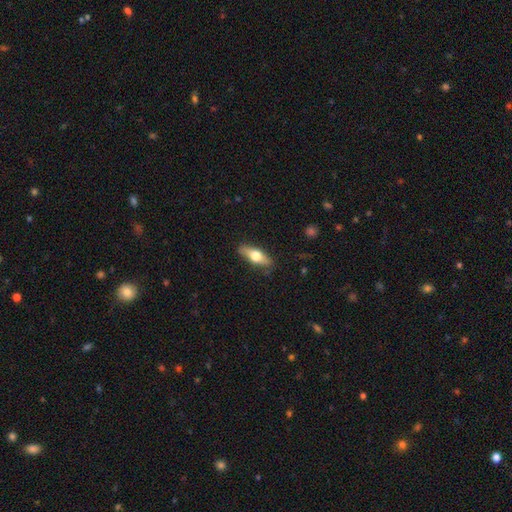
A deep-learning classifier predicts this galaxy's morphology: Smooth or featured? Predicted: smooth (p=0.53). How rounded? Predicted: in between (p=0.58). Merging? Predicted: none (p=0.86).